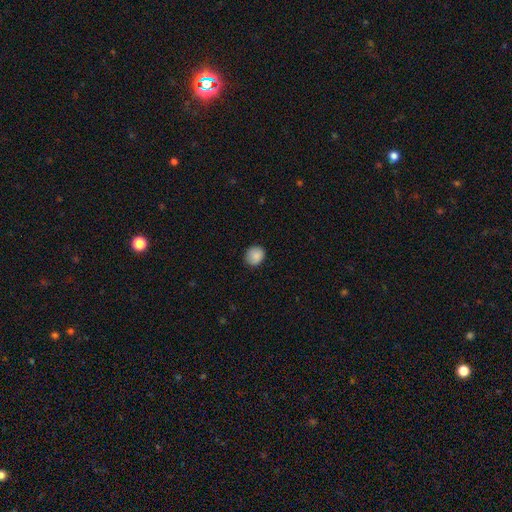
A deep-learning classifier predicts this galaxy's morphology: Smooth or featured? smooth (88%)
How rounded? round (78%)
Merging? none (85%)